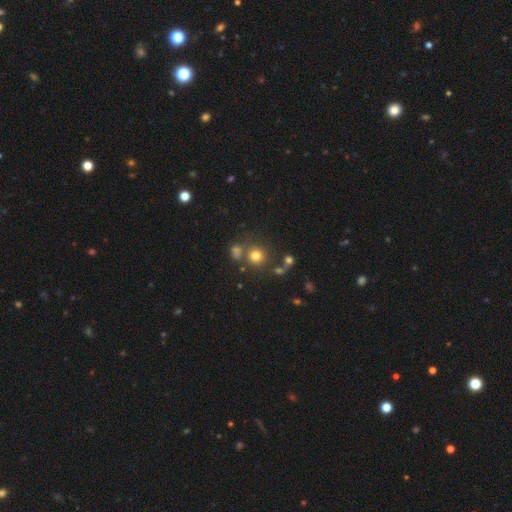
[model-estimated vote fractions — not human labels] The model was most divided on "merging": none: 71%, merger: 15%, minor disturbance: 10%, major disturbance: 5%. More confident: how rounded — round (90%); smooth or featured — smooth (75%).